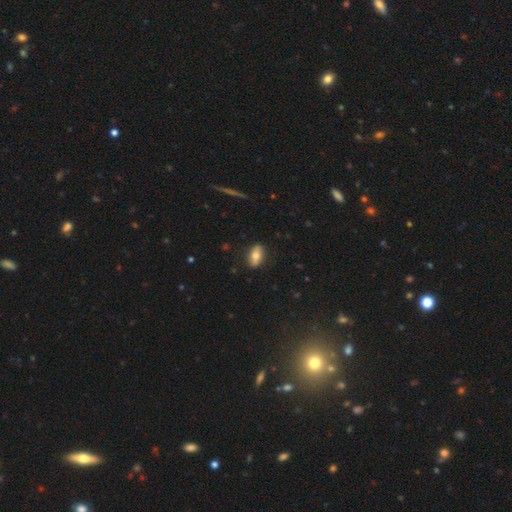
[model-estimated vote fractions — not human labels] Smooth or featured?
  - smooth: 65% *
  - featured or disk: 28%
  - star or artifact: 8%
How rounded?
  - in between: 84% *
  - cigar-shaped: 9%
  - round: 7%
Merging?
  - none: 85% *
  - minor disturbance: 11%
  - major disturbance: 2%
  - merger: 1%